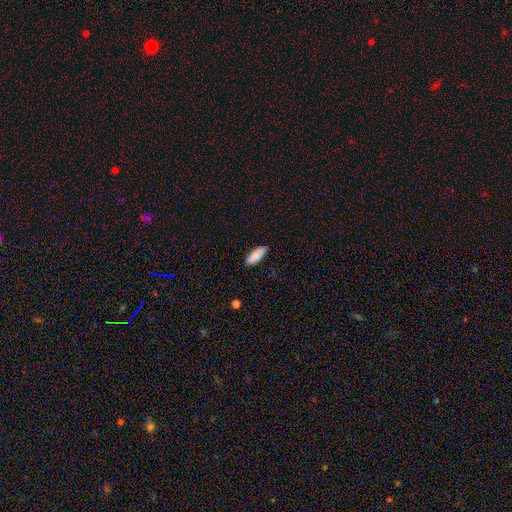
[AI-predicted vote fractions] Morphology: type=smooth (87%); roundness=in between (79%); merging=none (85%).